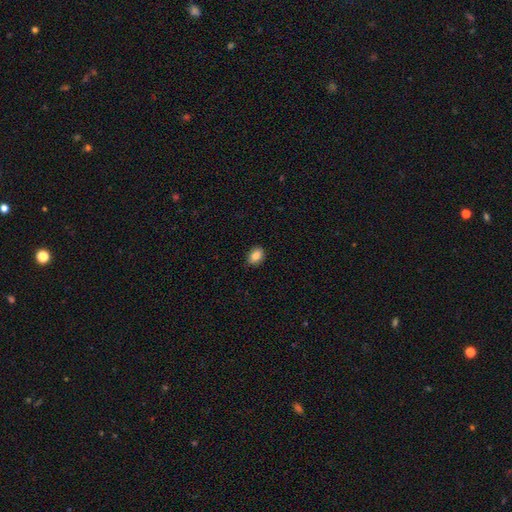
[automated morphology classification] This is clearly a smooth galaxy (86%). How rounded: likely in between (65%). Merging: clearly none (87%).